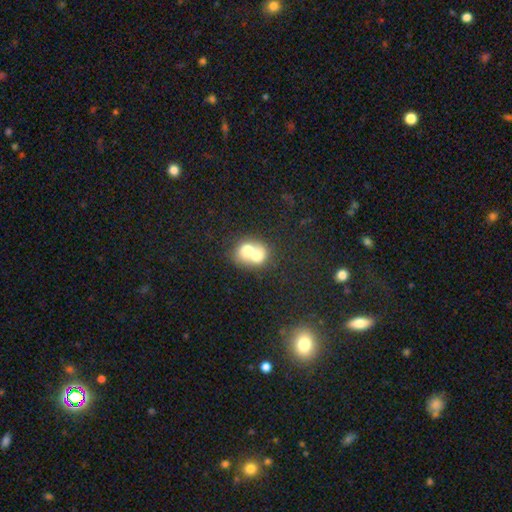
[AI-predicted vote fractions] smooth-or-featured: smooth: 65% | featured or disk: 27% | star or artifact: 9%
  how-rounded: round: 61% | in between: 39% | cigar-shaped: 1%
  merging: merger: 76% | none: 16% | minor disturbance: 5% | major disturbance: 3%